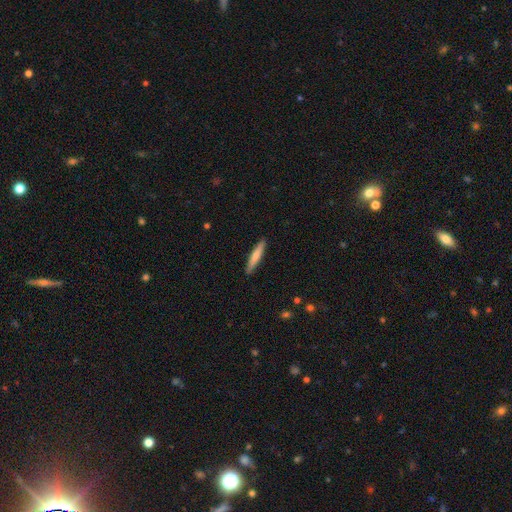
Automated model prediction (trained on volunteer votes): Morphology: type=smooth (72%); roundness=cigar-shaped (92%); merging=none (90%).